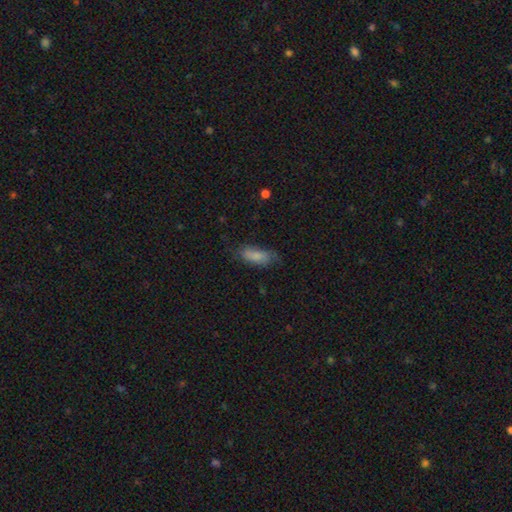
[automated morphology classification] This is likely a smooth galaxy (79%). How rounded: likely in between (75%). Merging: likely none (62%).